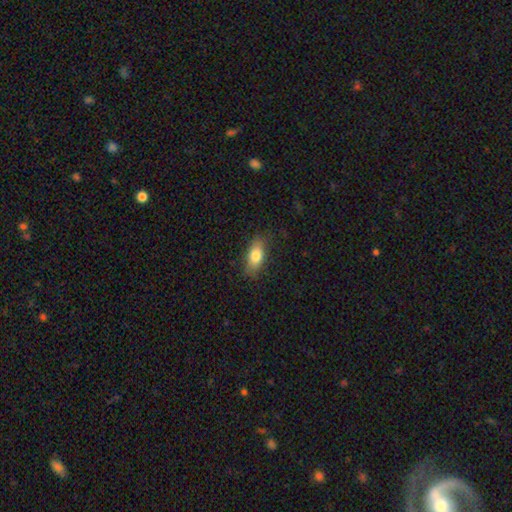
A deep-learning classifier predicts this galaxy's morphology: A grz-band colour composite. It shows a smooth galaxy with no disk features (79%) that is in between round and cigar-shaped (83%). Merging: none (81%).